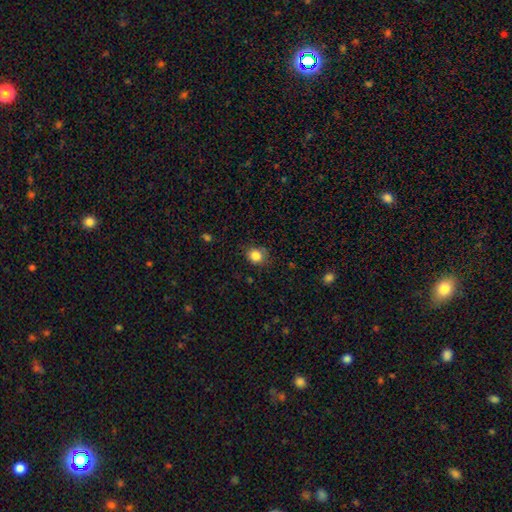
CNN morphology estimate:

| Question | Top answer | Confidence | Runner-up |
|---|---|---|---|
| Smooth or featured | smooth | 84% | star or artifact (11%) |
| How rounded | round | 70% | in between (29%) |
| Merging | none | 78% | minor disturbance (17%) |